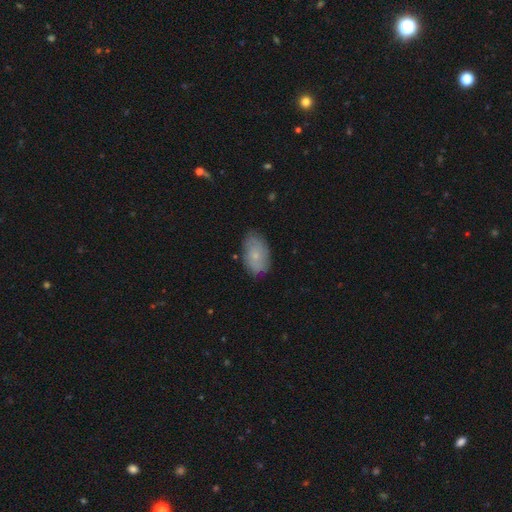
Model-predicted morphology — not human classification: This is likely a smooth galaxy (62%). How rounded: clearly in between (91%). Merging: likely none (77%).